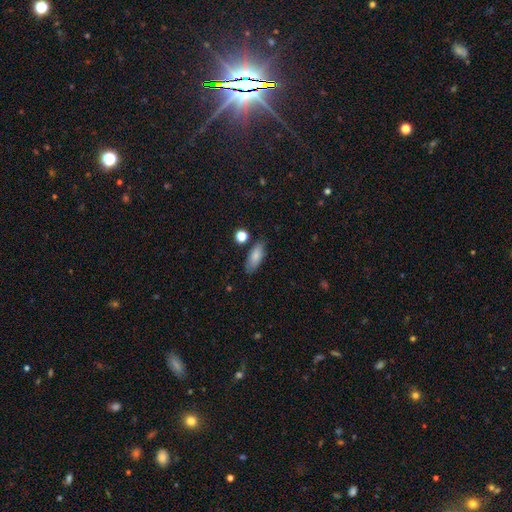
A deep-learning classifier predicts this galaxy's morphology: Smooth or featured?
  - smooth: 81% *
  - featured or disk: 11%
  - star or artifact: 7%
How rounded?
  - in between: 77% *
  - cigar-shaped: 20%
  - round: 3%
Merging?
  - none: 78% *
  - minor disturbance: 15%
  - merger: 4%
  - major disturbance: 3%